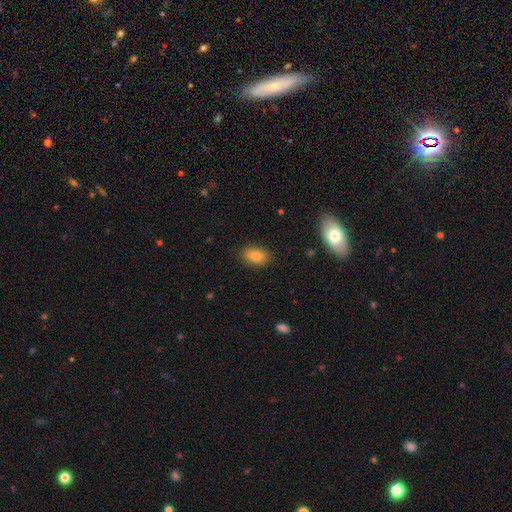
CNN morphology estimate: smooth 79%, featured or disk 11%, star or artifact 10%. Down the decision tree: how rounded — in between (85%); merging — none (86%).